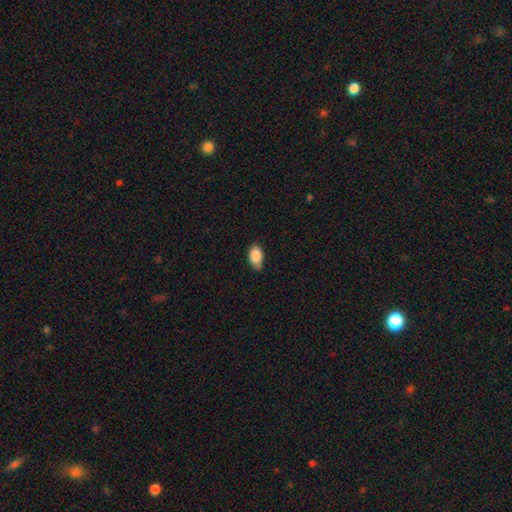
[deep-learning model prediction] Smooth or featured?
  - smooth: 88% *
  - star or artifact: 7%
  - featured or disk: 5%
How rounded?
  - in between: 92% *
  - round: 6%
  - cigar-shaped: 2%
Merging?
  - none: 67% *
  - minor disturbance: 28%
  - major disturbance: 3%
  - merger: 1%